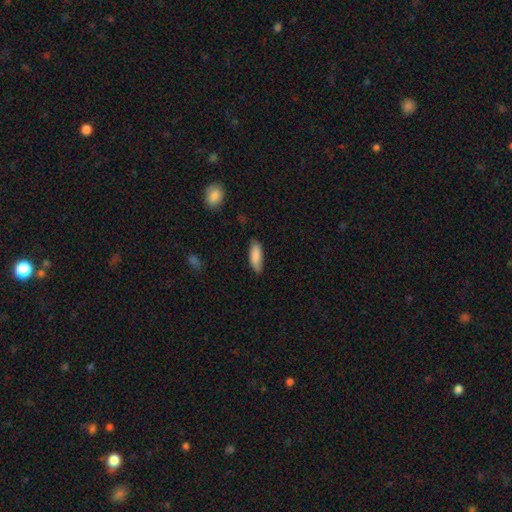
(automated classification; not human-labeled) Smooth or featured?
  - smooth: 86% *
  - featured or disk: 8%
  - star or artifact: 6%
How rounded?
  - in between: 64% *
  - cigar-shaped: 35%
  - round: 2%
Merging?
  - none: 79% *
  - minor disturbance: 17%
  - major disturbance: 3%
  - merger: 1%